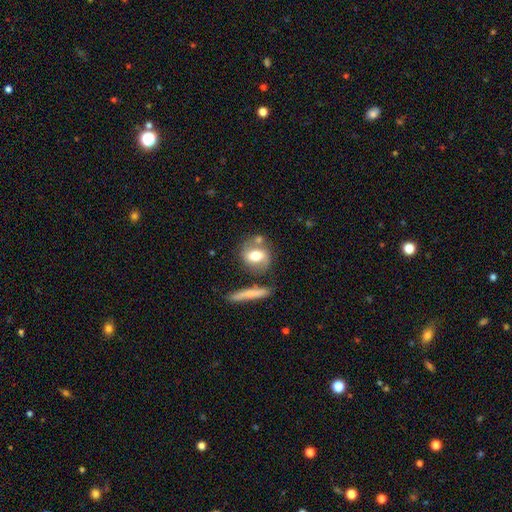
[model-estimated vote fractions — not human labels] Overall: smooth (59%; featured or disk 33%). How rounded: in between (48%; round 46%). Merging: none (59%).